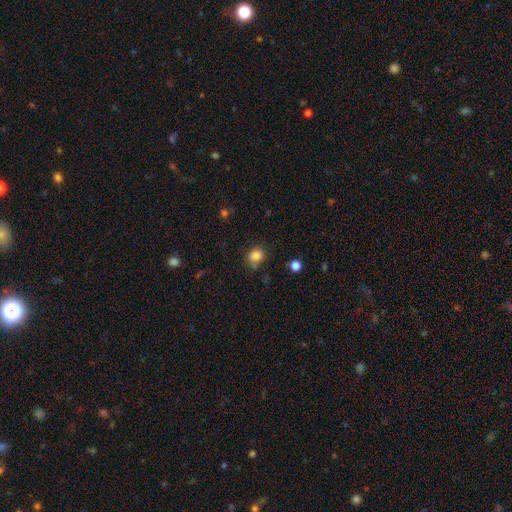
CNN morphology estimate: A smooth galaxy with no disk features (84%) that is round (71%). Merging: none (75%).